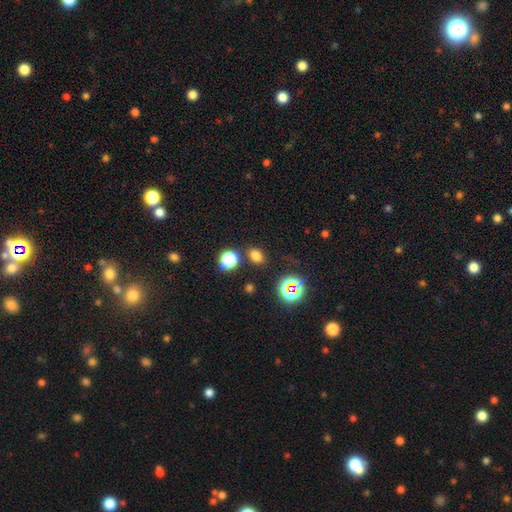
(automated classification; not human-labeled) Morphology: type=smooth (71%); roundness=in between (65%); merging=none (81%).